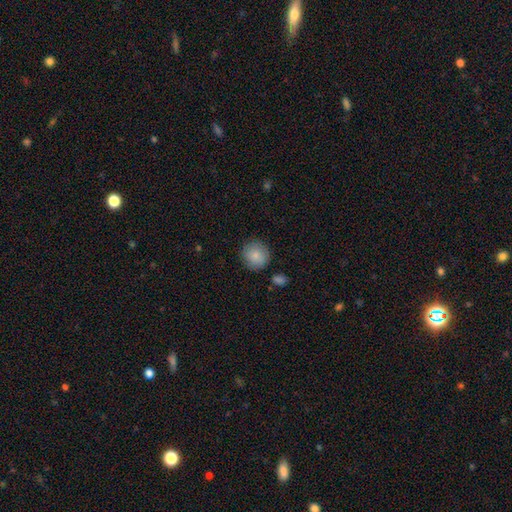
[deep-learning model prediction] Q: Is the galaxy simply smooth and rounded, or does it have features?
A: smooth — 86%.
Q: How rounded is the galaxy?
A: round — 92%.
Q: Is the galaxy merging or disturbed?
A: none — 85%.